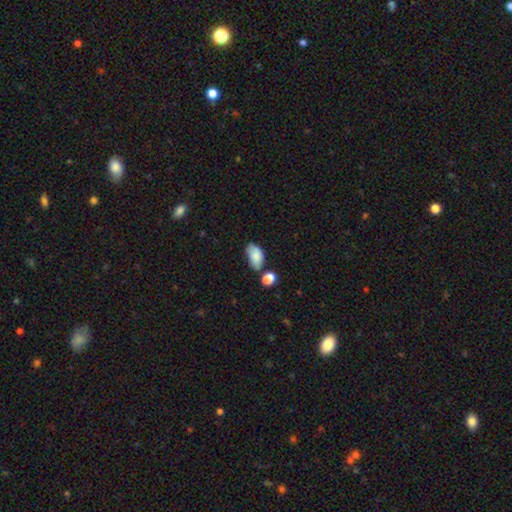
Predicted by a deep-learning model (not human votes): A smooth galaxy with no disk features (82%) that is in between round and cigar-shaped (93%).

Vote fractions:
- Smooth or featured? smooth: 82% / featured or disk: 10% / star or artifact: 8%
- How rounded? in between: 93% / round: 6% / cigar-shaped: 2%
- Merging? none: 47% / minor disturbance: 29% / merger: 16% / major disturbance: 8%